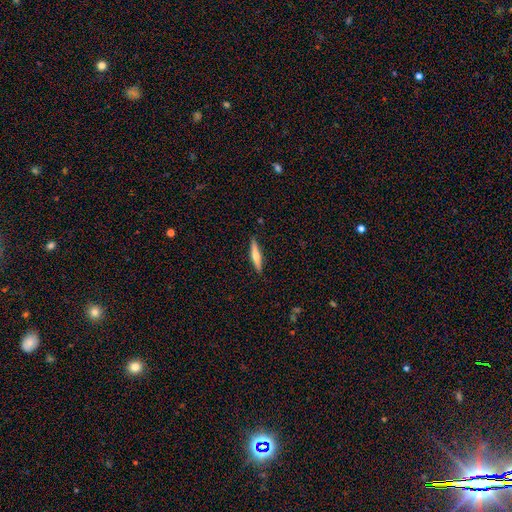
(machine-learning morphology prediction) smooth 48%, featured or disk 46%, star or artifact 5%. Down the decision tree: merging — none (89%).